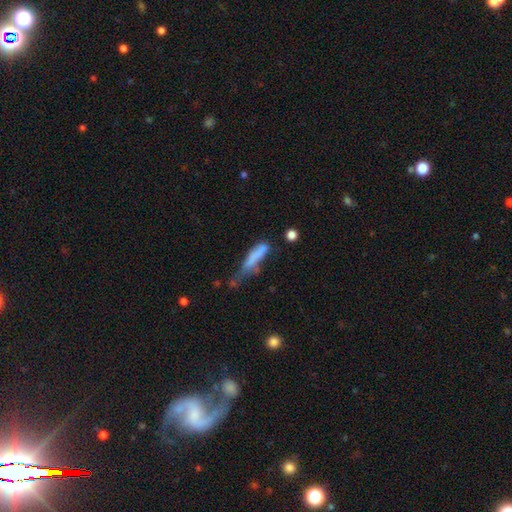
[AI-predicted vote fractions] A smooth galaxy with no disk features (72%) that is cigar-shaped (74%). Merging: minor disturbance (33%).